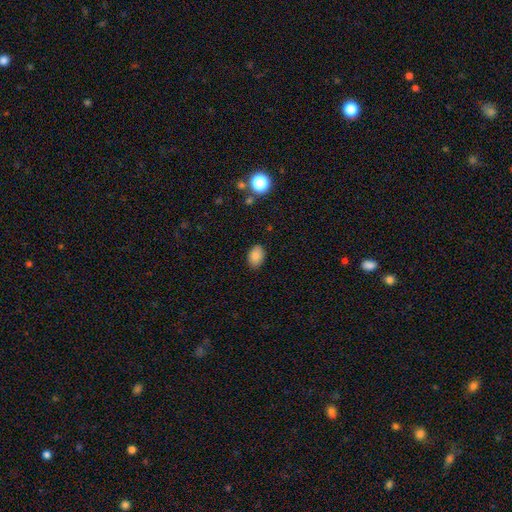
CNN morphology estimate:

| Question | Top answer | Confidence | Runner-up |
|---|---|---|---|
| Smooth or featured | smooth | 85% | star or artifact (10%) |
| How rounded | in between | 83% | round (16%) |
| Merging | none | 84% | minor disturbance (12%) |